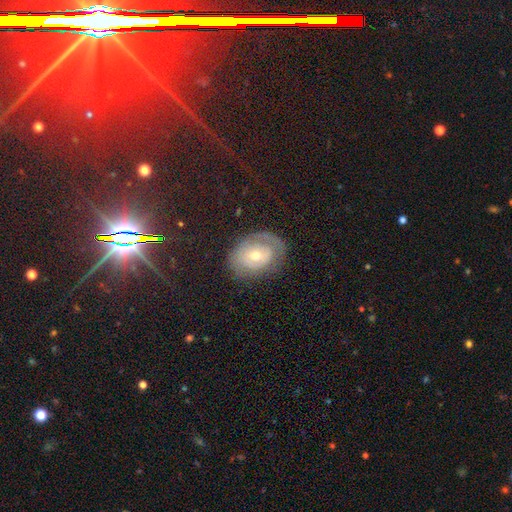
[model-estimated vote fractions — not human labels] Smooth or featured? Predicted: featured or disk (p=0.51). Edge-on disk? Predicted: no (p=0.94). Merging? Predicted: none (p=0.64).